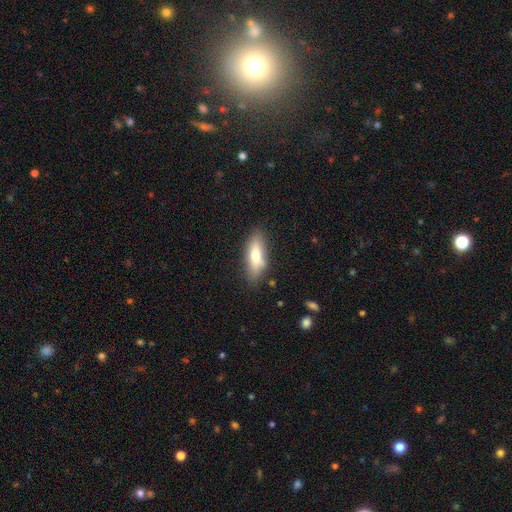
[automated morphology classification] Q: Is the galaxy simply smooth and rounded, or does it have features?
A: smooth — 69%.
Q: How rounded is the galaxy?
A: in between — 59%.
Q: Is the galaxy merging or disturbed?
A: none — 80%.